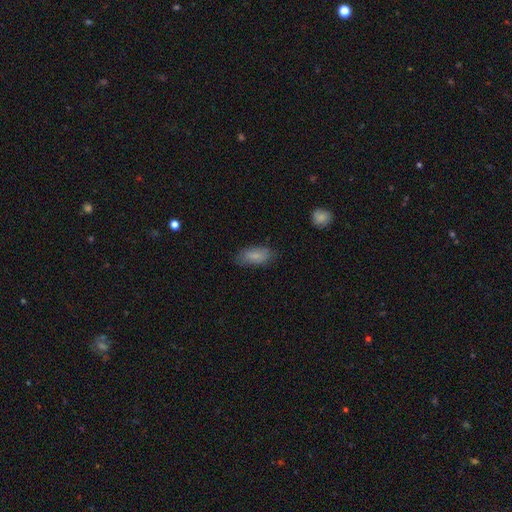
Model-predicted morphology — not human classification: Smooth or featured? Predicted: smooth (p=0.83). How rounded? Predicted: in between (p=0.89). Merging? Predicted: none (p=0.78).